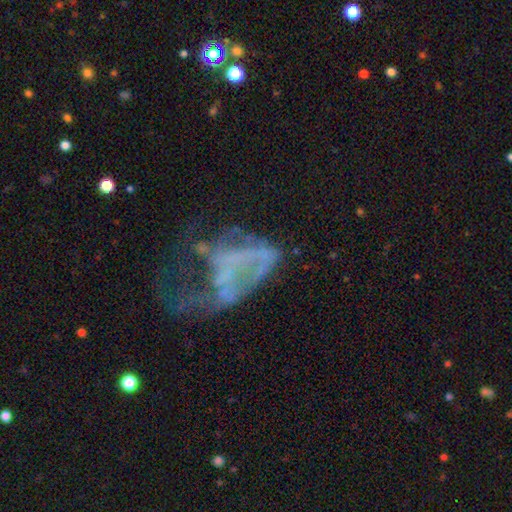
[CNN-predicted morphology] The model was most divided on "smooth or featured": featured or disk: 62%, smooth: 20%, star or artifact: 17%. More confident: edge-on disk — no (97%); bar — no (84%); bulge size — none (82%); spiral arms — no (79%); merging — major disturbance (60%).